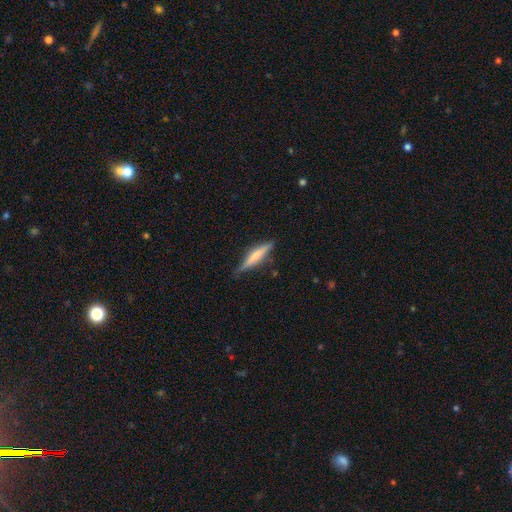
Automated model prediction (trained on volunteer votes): Smooth or featured?
  - featured or disk: 48% *
  - smooth: 46%
  - star or artifact: 6%
Merging?
  - none: 81% *
  - minor disturbance: 14%
  - major disturbance: 3%
  - merger: 1%